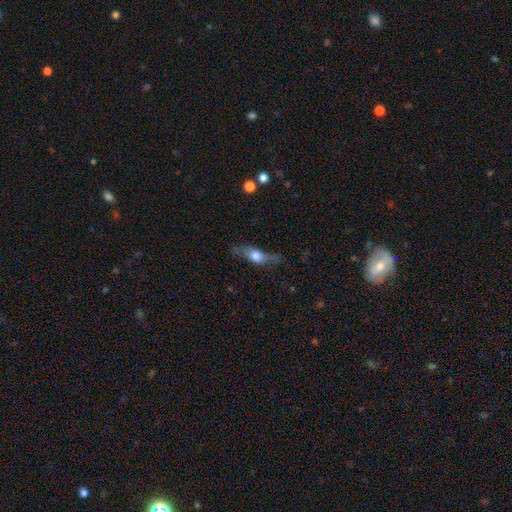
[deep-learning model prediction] Overall: smooth (51%; featured or disk 41%). How rounded: cigar-shaped (47%; in between 46%). Merging: none (58%; minor disturbance 26%).